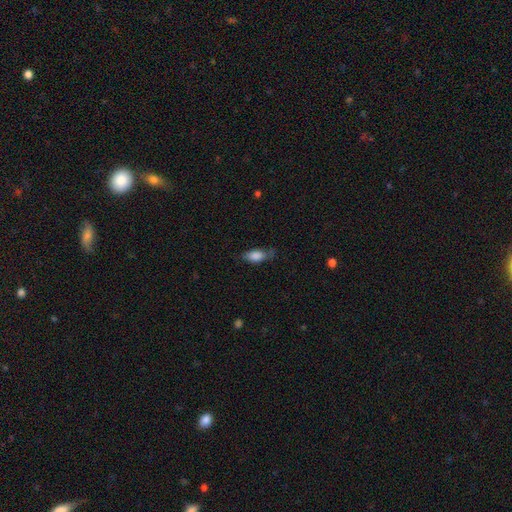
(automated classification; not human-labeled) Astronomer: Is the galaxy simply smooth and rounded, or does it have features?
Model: smooth — 81%.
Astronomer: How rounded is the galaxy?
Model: in between — 83%.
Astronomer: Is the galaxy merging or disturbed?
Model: none — 58%.